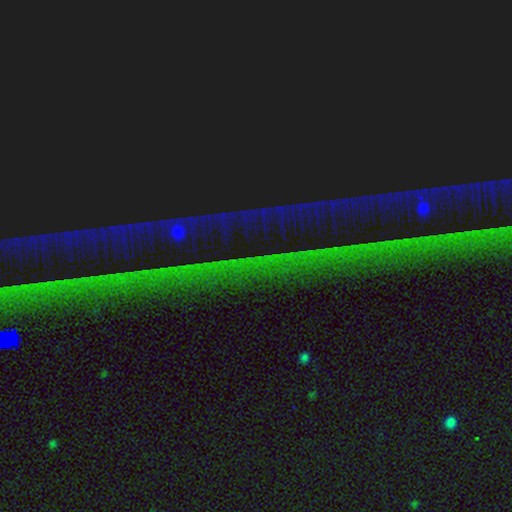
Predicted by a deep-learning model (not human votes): smooth-or-featured: star or artifact: 83% | featured or disk: 9% | smooth: 8%